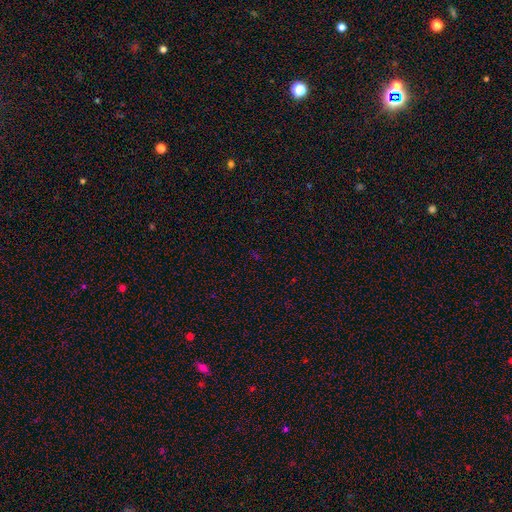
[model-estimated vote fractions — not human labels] Overall: star or artifact (67%).